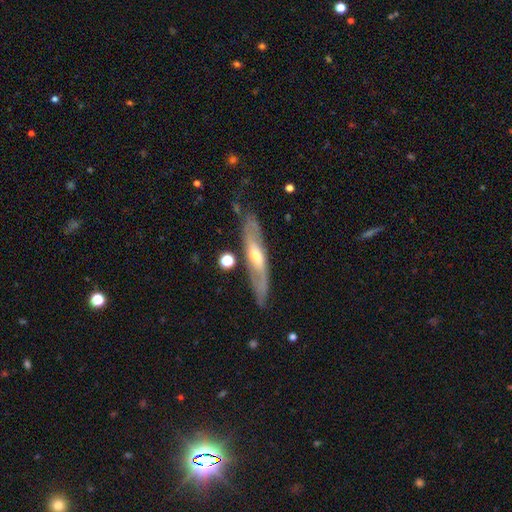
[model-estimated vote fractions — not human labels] This appears to be a featured or disk galaxy (69%). Merging: none (74%).